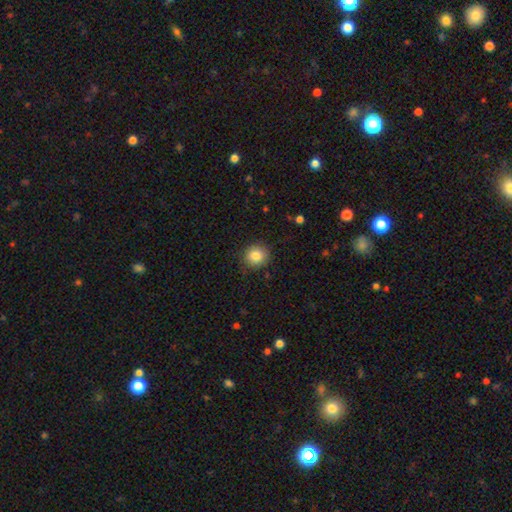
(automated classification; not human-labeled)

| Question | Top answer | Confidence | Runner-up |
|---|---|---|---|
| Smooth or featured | smooth | 84% | star or artifact (9%) |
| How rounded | round | 89% | in between (10%) |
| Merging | none | 86% | minor disturbance (10%) |